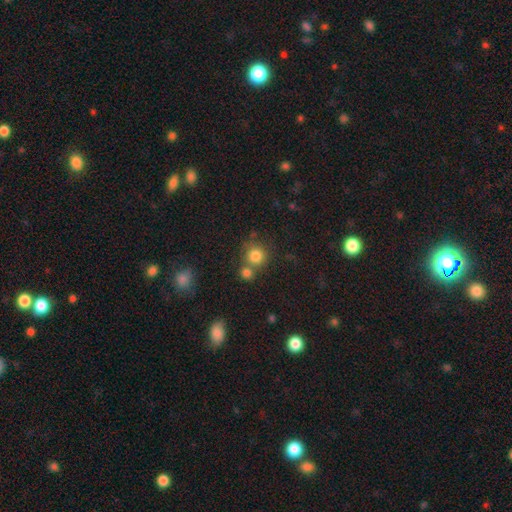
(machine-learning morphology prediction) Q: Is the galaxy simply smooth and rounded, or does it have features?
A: smooth — 81%.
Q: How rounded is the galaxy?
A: round — 90%.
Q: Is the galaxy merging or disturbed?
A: none — 60%.